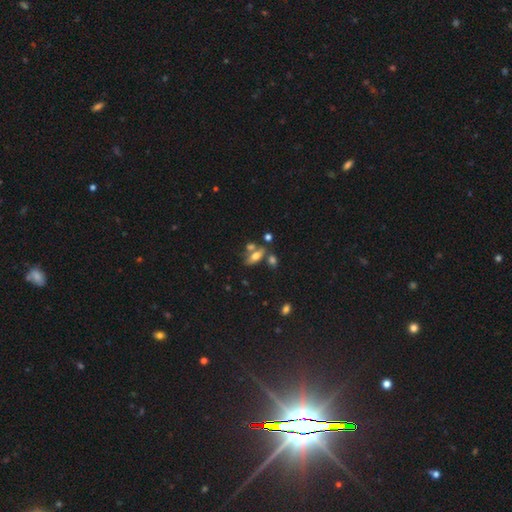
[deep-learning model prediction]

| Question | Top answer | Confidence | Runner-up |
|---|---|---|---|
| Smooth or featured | smooth | 61% | featured or disk (28%) |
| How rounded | in between | 74% | cigar-shaped (21%) |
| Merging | none | 53% | merger (27%) |